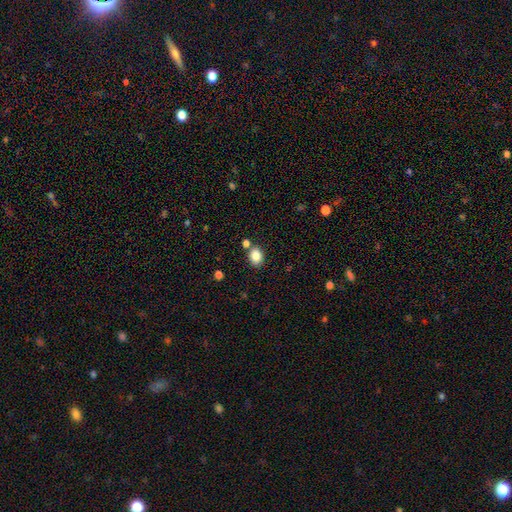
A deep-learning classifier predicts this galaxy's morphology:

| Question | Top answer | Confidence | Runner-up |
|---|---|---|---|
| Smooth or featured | smooth | 85% | star or artifact (9%) |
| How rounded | in between | 58% | round (41%) |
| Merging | none | 76% | merger (11%) |